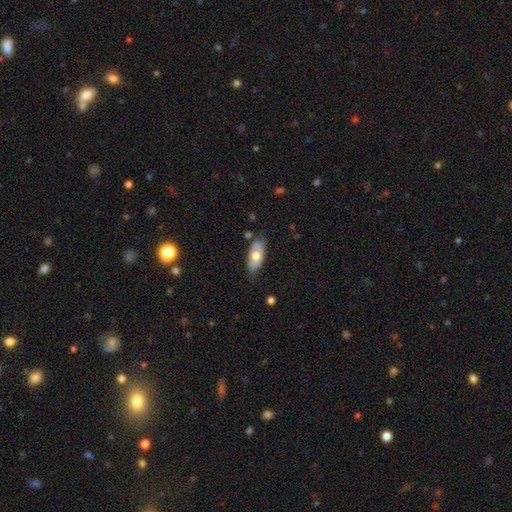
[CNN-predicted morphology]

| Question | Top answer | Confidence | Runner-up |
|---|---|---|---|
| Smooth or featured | smooth | 63% | featured or disk (31%) |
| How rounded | in between | 88% | cigar-shaped (8%) |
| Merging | none | 70% | minor disturbance (23%) |